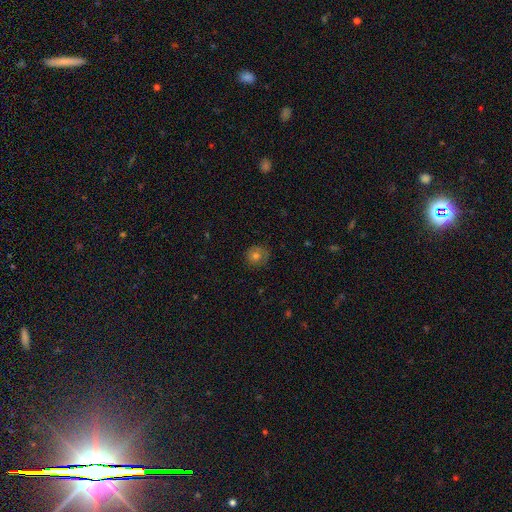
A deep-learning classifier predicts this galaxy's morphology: Overall: smooth (72%). How rounded: round (89%). Merging: none (80%).